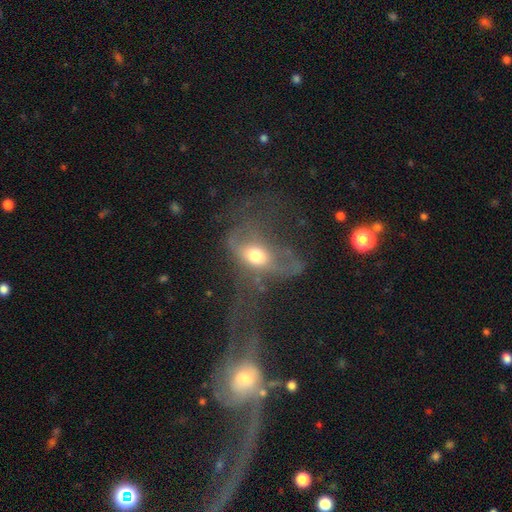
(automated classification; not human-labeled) Overall: featured or disk (44%, tied with smooth). Merging: major disturbance (56%; none 23%).